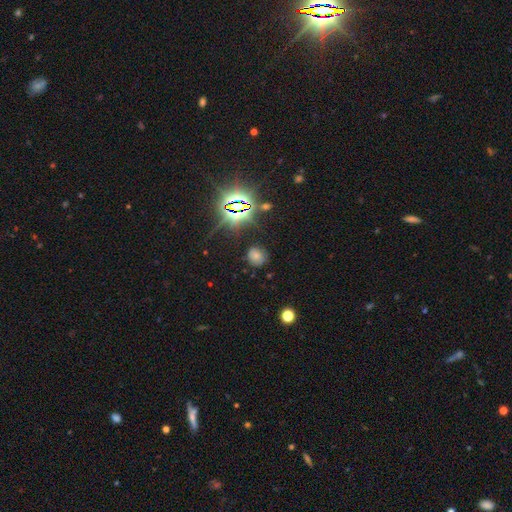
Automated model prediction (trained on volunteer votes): Morphology: type=smooth (56%); roundness=round (69%); merging=none (75%).